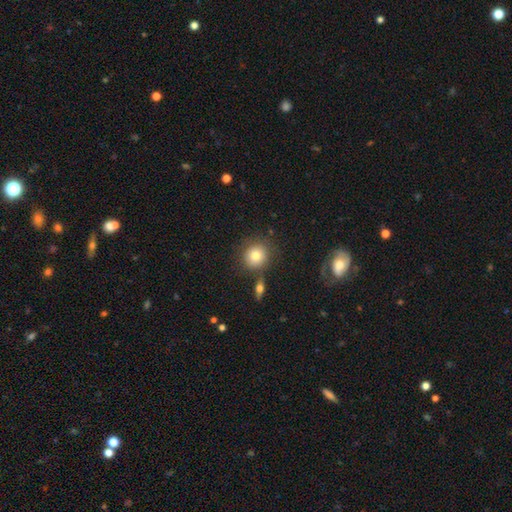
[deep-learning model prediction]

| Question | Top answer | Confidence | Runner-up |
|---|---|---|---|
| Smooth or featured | smooth | 78% | featured or disk (12%) |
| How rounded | round | 84% | in between (15%) |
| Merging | none | 76% | minor disturbance (11%) |